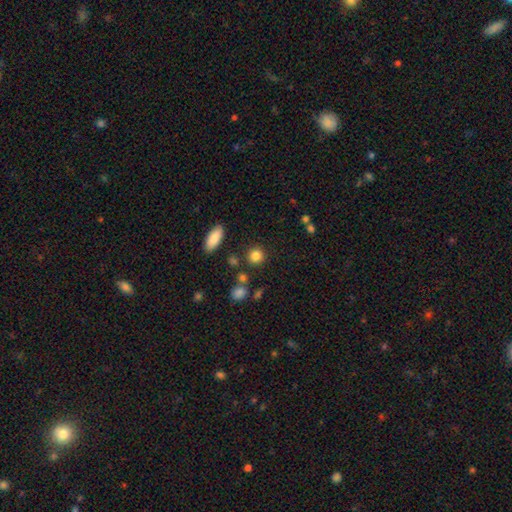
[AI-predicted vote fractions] A smooth galaxy with no disk features (84%) that is round (87%).

Vote fractions:
- Smooth or featured? smooth: 84% / star or artifact: 10% / featured or disk: 6%
- How rounded? round: 87% / in between: 11% / cigar-shaped: 1%
- Merging? none: 85% / minor disturbance: 7% / merger: 4% / major disturbance: 3%